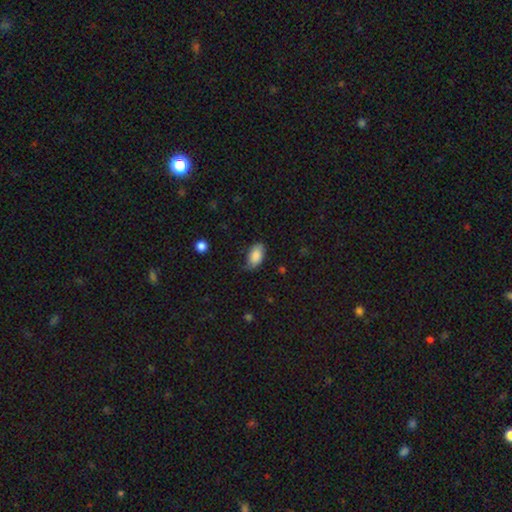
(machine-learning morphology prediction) This is clearly a smooth galaxy (84%). How rounded: clearly in between (93%). Merging: likely none (63%).